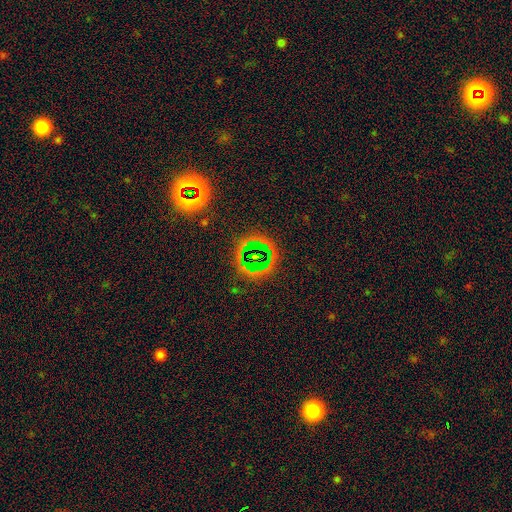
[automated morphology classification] Smooth or featured?
  - star or artifact: 67% *
  - smooth: 18%
  - featured or disk: 15%